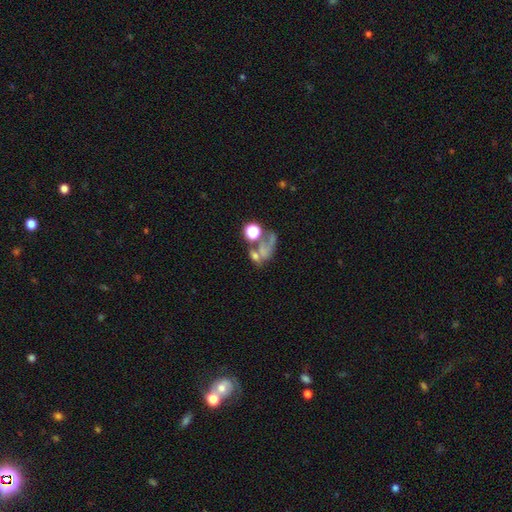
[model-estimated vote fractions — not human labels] Smooth or featured? smooth (46%)
Merging? merger (37%)